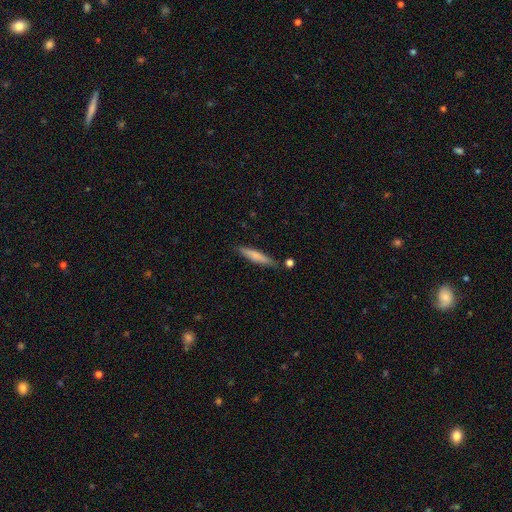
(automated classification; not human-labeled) smooth 74%, featured or disk 20%, star or artifact 6%. Down the decision tree: how rounded — cigar-shaped (88%); merging — none (79%).